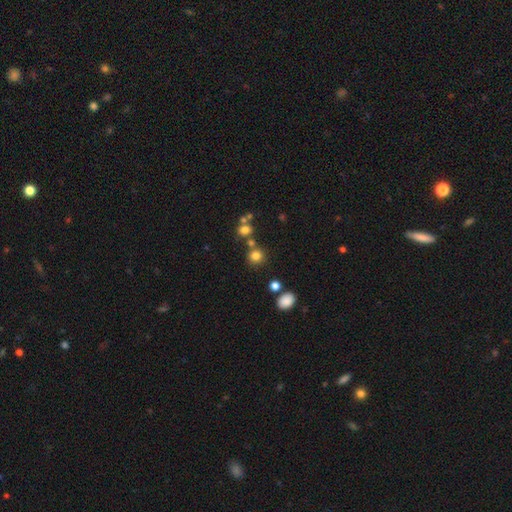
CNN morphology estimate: smooth 77%, star or artifact 15%, featured or disk 7%. Down the decision tree: how rounded — round (87%); merging — none (71%).